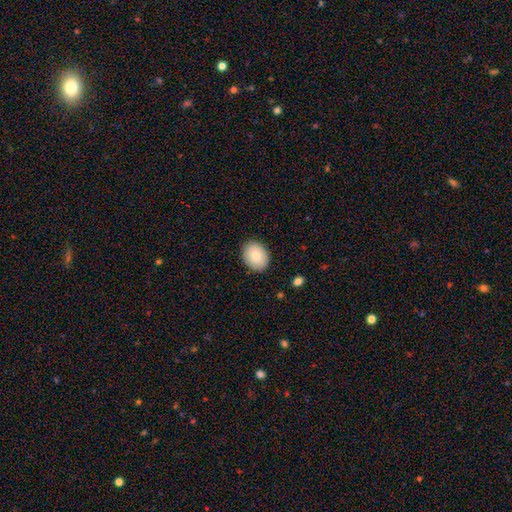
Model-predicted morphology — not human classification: Overall: smooth (84%). How rounded: in between (60%; round 39%). Merging: none (88%).